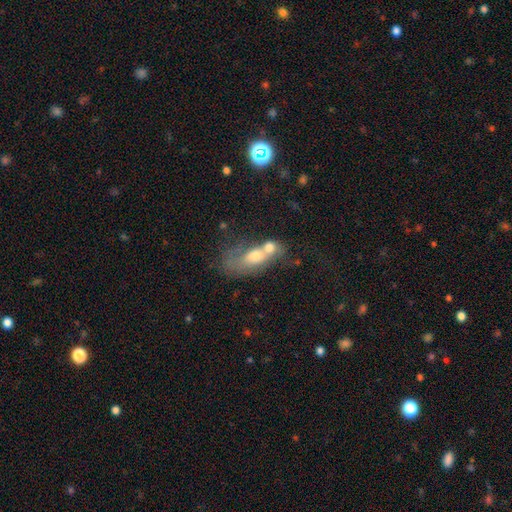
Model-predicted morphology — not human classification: A smooth galaxy with no disk features (58%) that is in between round and cigar-shaped (72%).

Vote fractions:
- Smooth or featured? smooth: 58% / featured or disk: 31% / star or artifact: 10%
- How rounded? in between: 72% / round: 17% / cigar-shaped: 11%
- Merging? merger: 65% / none: 13% / major disturbance: 13% / minor disturbance: 9%